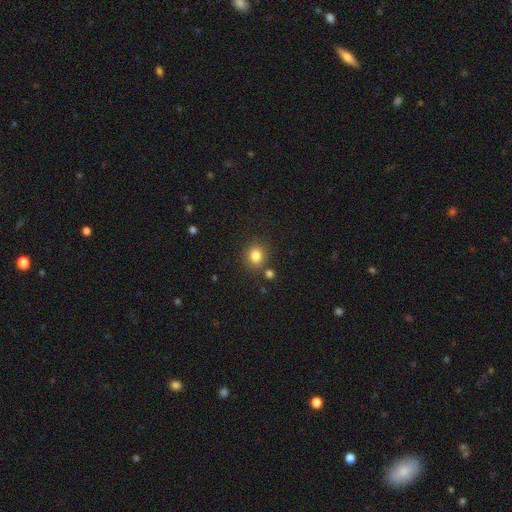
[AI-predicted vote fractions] smooth-or-featured: smooth: 82% | star or artifact: 12% | featured or disk: 6%
  how-rounded: round: 73% | in between: 26% | cigar-shaped: 1%
  merging: none: 81% | minor disturbance: 9% | merger: 7% | major disturbance: 3%